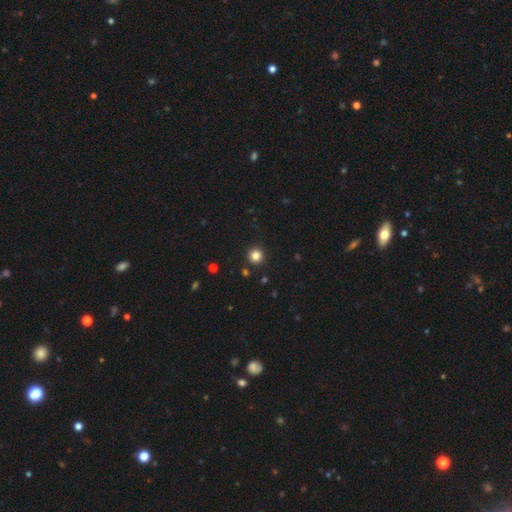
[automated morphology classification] The model was most divided on "smooth or featured": smooth: 82%, star or artifact: 13%, featured or disk: 4%. More confident: how rounded — round (95%); merging — none (92%).